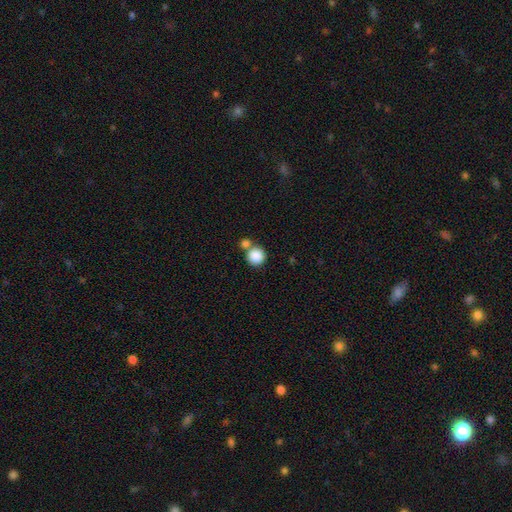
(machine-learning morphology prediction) type=smooth (87%); roundness=round (93%); merging=none (59%).